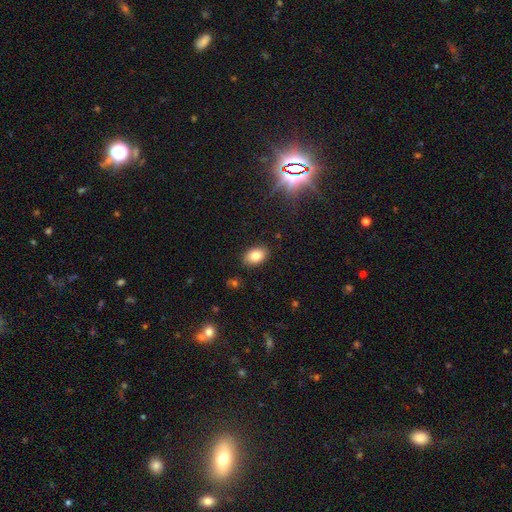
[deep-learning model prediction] This is clearly a smooth galaxy (81%). How rounded: clearly in between (85%). Merging: clearly none (88%).